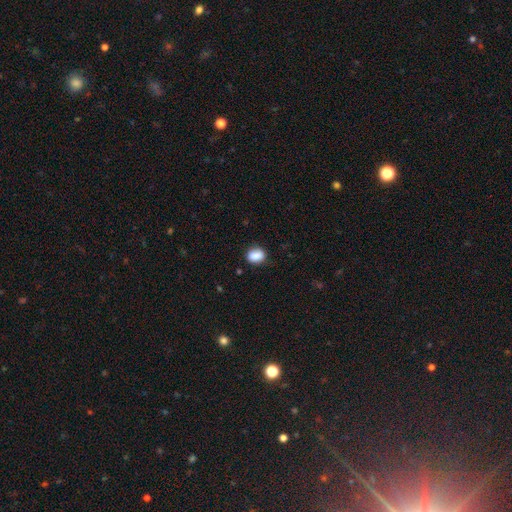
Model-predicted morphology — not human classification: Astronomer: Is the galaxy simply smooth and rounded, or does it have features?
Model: smooth — 86%.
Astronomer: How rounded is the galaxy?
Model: in between — 62%.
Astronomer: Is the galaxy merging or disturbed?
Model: none — 79%.